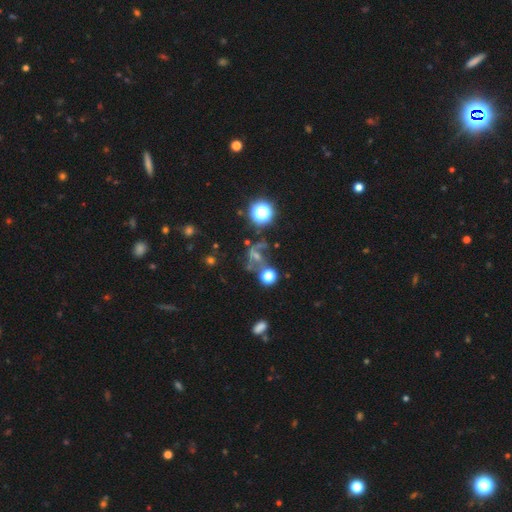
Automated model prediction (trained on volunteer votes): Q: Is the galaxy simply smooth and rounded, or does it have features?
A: featured or disk — 42%.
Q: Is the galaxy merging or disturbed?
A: none — 39%.